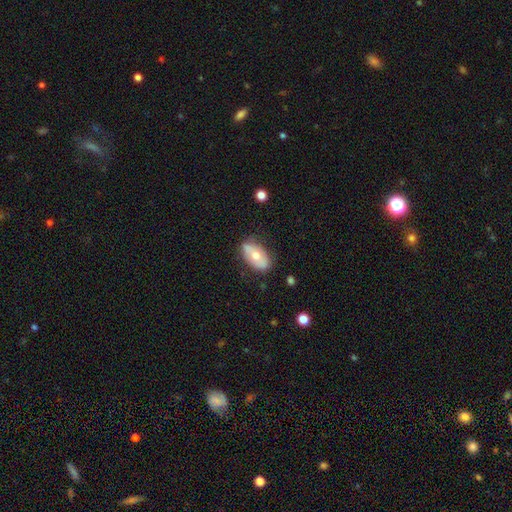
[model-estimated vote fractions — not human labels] smooth 57%, featured or disk 37%, star or artifact 6%. Down the decision tree: how rounded — in between (92%); merging — none (73%).